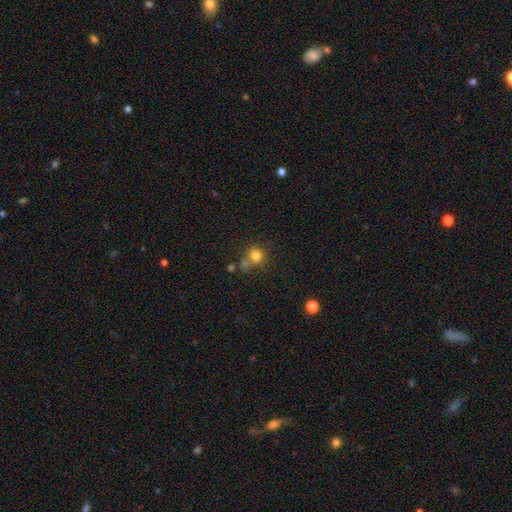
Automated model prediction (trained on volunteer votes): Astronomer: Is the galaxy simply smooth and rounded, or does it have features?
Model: smooth — 80%.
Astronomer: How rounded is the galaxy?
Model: round — 84%.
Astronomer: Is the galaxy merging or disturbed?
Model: none — 59%.